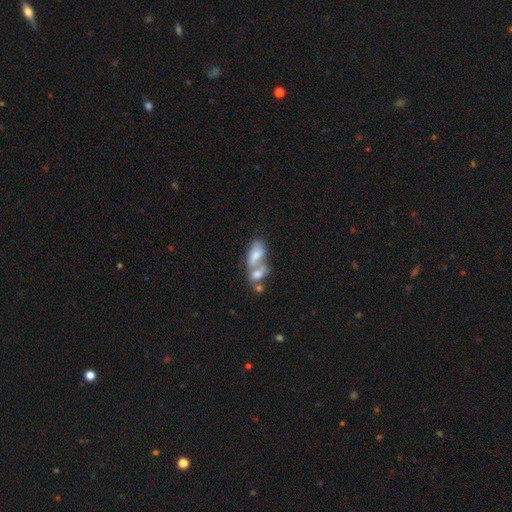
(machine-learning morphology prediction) Smooth or featured: smooth — 60% (featured or disk — 30%)
How rounded: in between — 83% (cigar-shaped — 11%)
Merging: merger — 68% (none — 17%)